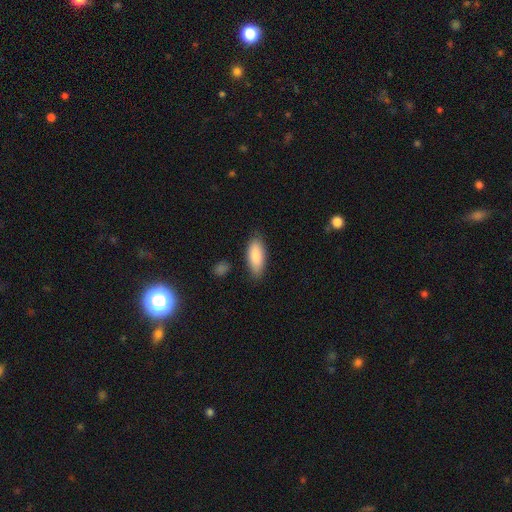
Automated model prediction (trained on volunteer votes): This appears to be a smooth galaxy with no disk features (87%) that is in between round and cigar-shaped (82%). Merging: none (81%).